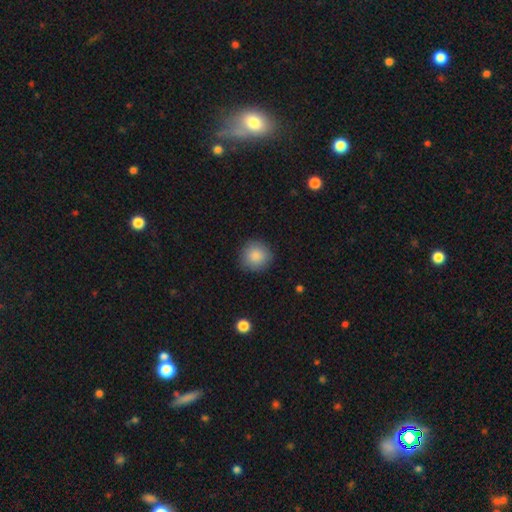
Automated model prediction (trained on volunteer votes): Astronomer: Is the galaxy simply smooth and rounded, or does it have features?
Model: smooth — 88%.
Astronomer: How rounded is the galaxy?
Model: round — 93%.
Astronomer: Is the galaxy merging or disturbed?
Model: none — 88%.